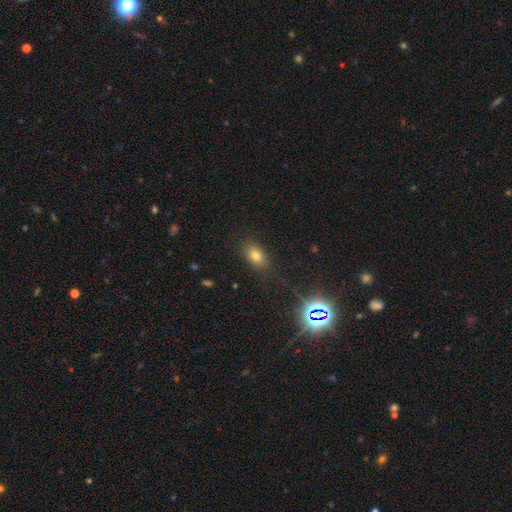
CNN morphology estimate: This is likely a smooth galaxy (73%). How rounded: clearly in between (84%). Merging: clearly none (84%).